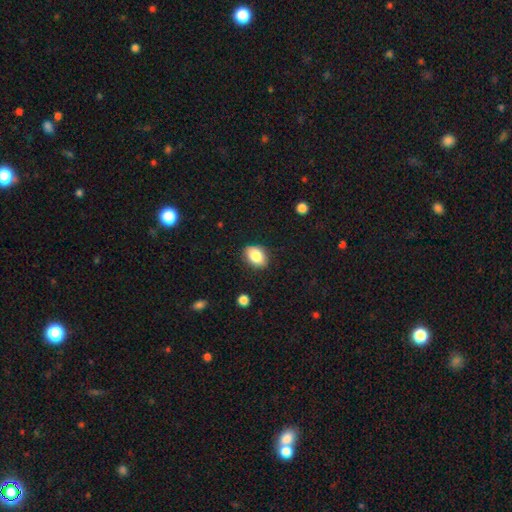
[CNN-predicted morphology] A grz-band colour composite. It shows a smooth galaxy with no disk features (85%) that is in between round and cigar-shaped (78%). Merging: none (84%).